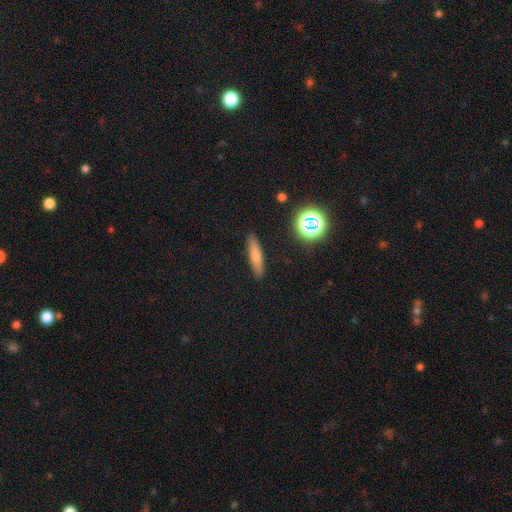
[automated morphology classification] Smooth or featured? smooth (71%)
How rounded? cigar-shaped (81%)
Merging? none (90%)